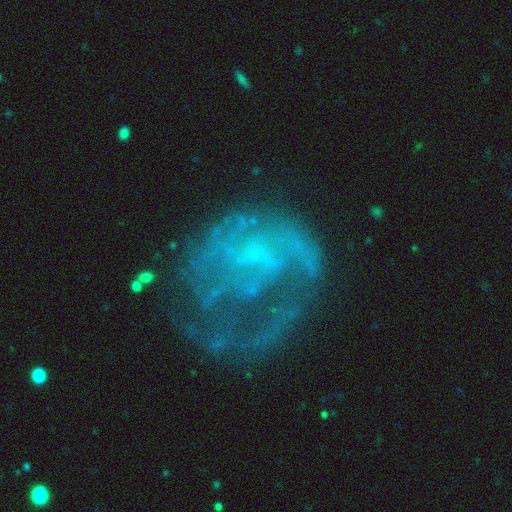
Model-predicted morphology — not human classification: smooth-or-featured: featured or disk: 72% | smooth: 15% | star or artifact: 13%
  disk-edge-on: no: 98% | yes: 2%
    bar: no: 71% | weak: 23% | strong: 6%
    has-spiral-arms: yes: 60% | no: 40%
    bulge-size: none: 72% | small: 15% | moderate: 9% | large: 3% | dominant: 1%
  merging: none: 40% | major disturbance: 39% | minor disturbance: 18% | merger: 3%